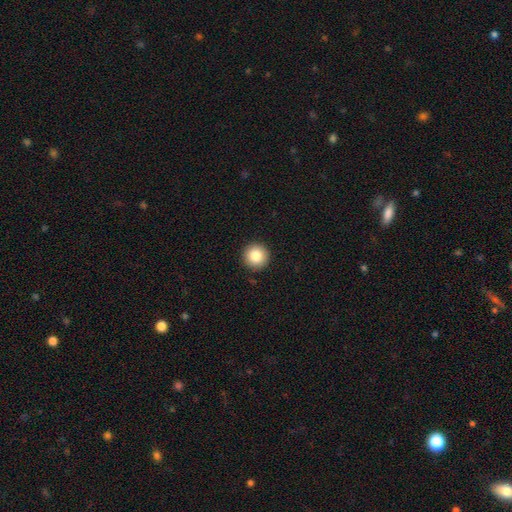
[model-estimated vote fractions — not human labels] smooth_or_featured: smooth (p=0.83) [alt: star or artifact p=0.10]
how_rounded: round (p=0.96) [alt: in between p=0.03]
merging: none (p=0.93) [alt: minor disturbance p=0.05]